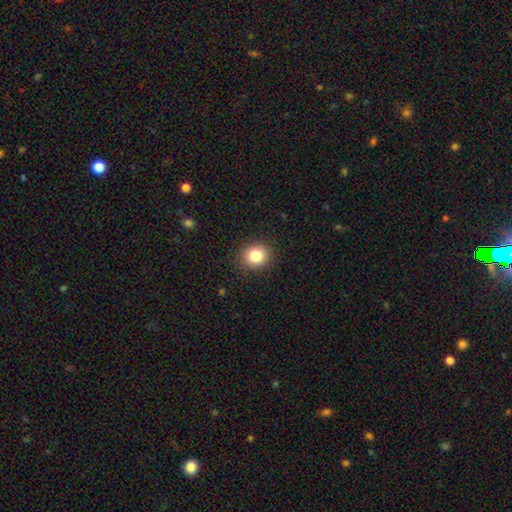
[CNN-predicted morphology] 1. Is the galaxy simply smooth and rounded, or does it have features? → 83% smooth, 10% star or artifact, 6% featured or disk.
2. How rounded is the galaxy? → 78% round, 21% in between, 1% cigar-shaped.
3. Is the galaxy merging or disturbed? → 90% none, 7% minor disturbance, 2% major disturbance, 1% merger.